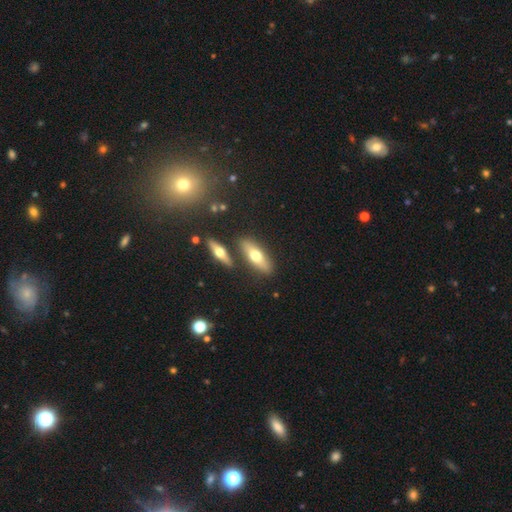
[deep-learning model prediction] A smooth galaxy with no disk features (60%) that is in between round and cigar-shaped (59%).

Vote fractions:
- Smooth or featured? smooth: 60% / featured or disk: 34% / star or artifact: 7%
- How rounded? in between: 59% / cigar-shaped: 38% / round: 3%
- Merging? none: 79% / merger: 10% / minor disturbance: 9% / major disturbance: 3%